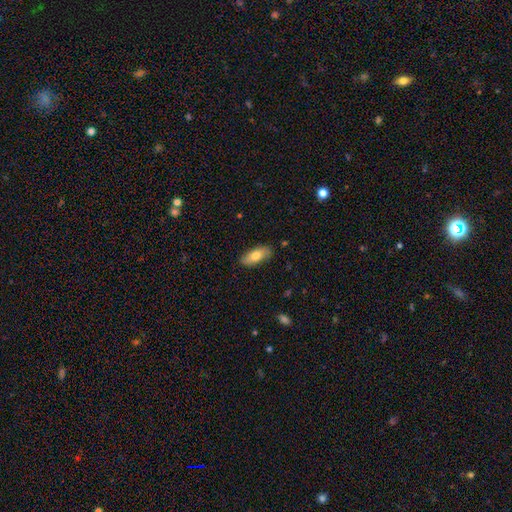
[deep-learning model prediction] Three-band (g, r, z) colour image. It shows a smooth galaxy with no disk features (72%) that is in between round and cigar-shaped (79%). Merging: none (85%).